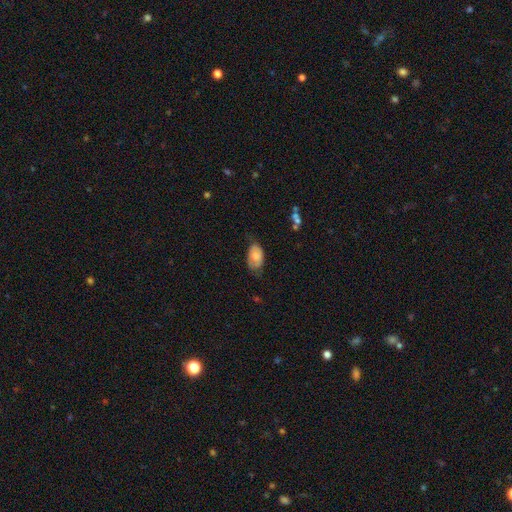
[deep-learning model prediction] smooth-or-featured: smooth: 71% | featured or disk: 22% | star or artifact: 7%
  how-rounded: in between: 92% | round: 6% | cigar-shaped: 2%
  merging: none: 52% | minor disturbance: 35% | major disturbance: 12% | merger: 2%